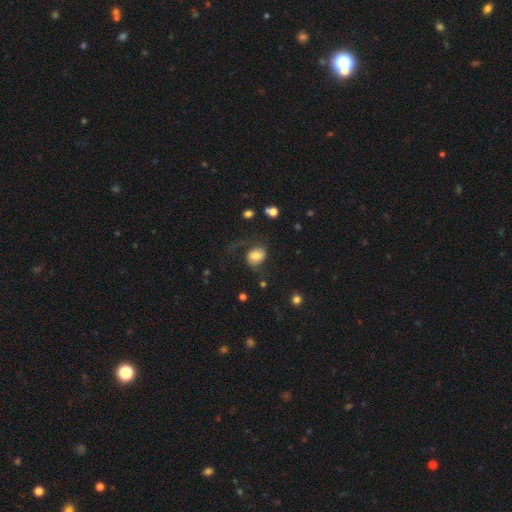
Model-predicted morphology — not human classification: smooth_or_featured: smooth (p=0.54) [alt: featured or disk p=0.37]
how_rounded: in between (p=0.51) [alt: round p=0.48]
merging: none (p=0.46) [alt: major disturbance p=0.31]